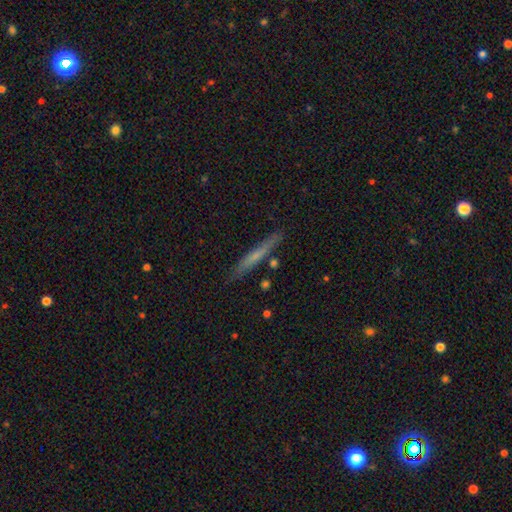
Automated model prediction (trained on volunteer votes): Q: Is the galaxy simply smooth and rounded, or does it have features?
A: smooth — 50%.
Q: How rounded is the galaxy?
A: cigar-shaped — 95%.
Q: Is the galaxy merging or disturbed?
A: none — 84%.